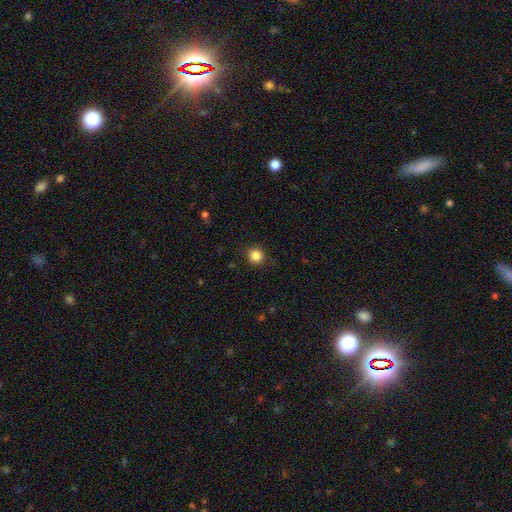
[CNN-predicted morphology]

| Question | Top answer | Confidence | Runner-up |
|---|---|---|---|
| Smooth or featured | smooth | 85% | star or artifact (11%) |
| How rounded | round | 94% | in between (5%) |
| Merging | none | 91% | minor disturbance (6%) |